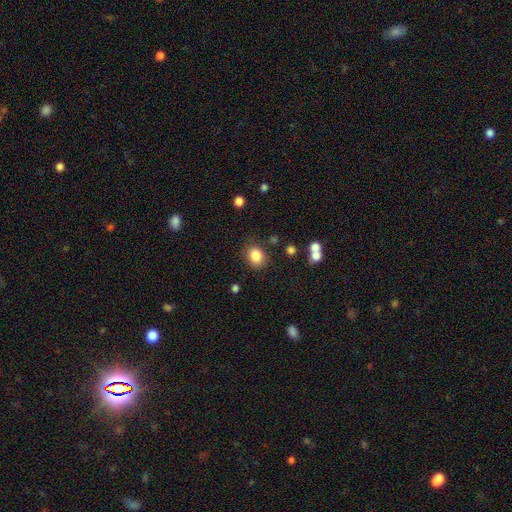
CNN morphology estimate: Smooth or featured?
  - smooth: 85% *
  - star or artifact: 9%
  - featured or disk: 6%
How rounded?
  - round: 55% *
  - in between: 45%
  - cigar-shaped: 1%
Merging?
  - none: 81% *
  - minor disturbance: 12%
  - major disturbance: 4%
  - merger: 3%